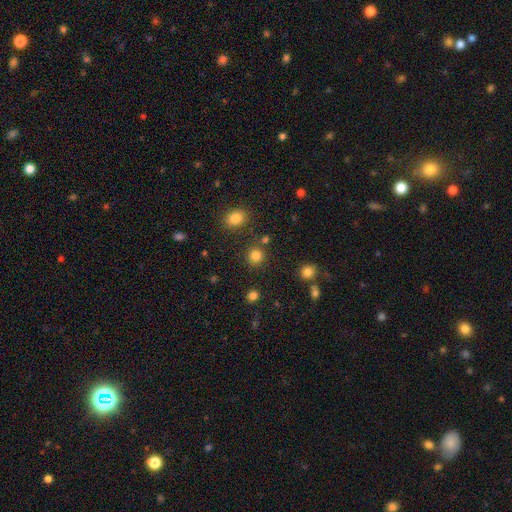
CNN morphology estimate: Smooth or featured?
  - smooth: 83% *
  - star or artifact: 13%
  - featured or disk: 4%
How rounded?
  - round: 90% *
  - in between: 9%
  - cigar-shaped: 1%
Merging?
  - none: 84% *
  - minor disturbance: 7%
  - merger: 6%
  - major disturbance: 3%